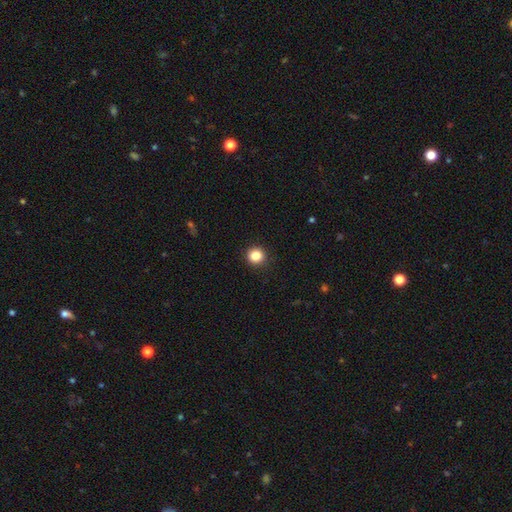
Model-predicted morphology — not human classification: smooth_or_featured: smooth (p=0.85) [alt: star or artifact p=0.11]
how_rounded: round (p=0.93) [alt: in between p=0.06]
merging: none (p=0.92) [alt: minor disturbance p=0.05]